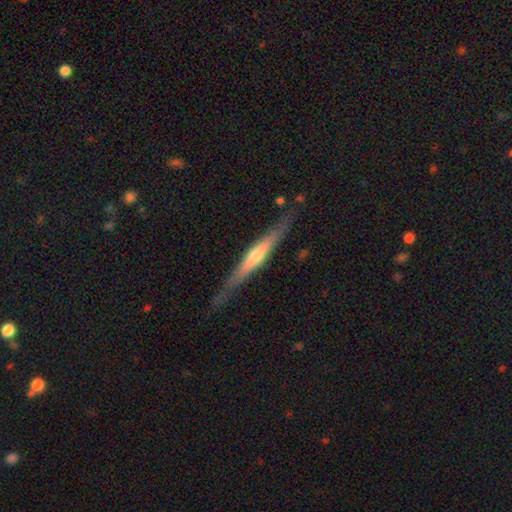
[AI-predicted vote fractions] Smooth or featured: featured or disk — 66% (smooth — 28%)
Edge-on disk: yes — 95% (no — 5%)
Edge-on bulge: rounded — 64% (none — 24%)
Merging: none — 81% (minor disturbance — 14%)